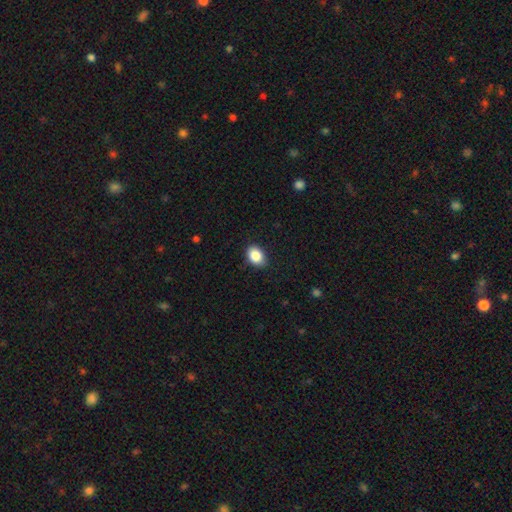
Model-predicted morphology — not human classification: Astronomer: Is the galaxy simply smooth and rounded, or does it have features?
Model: smooth — 87%.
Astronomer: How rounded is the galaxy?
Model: in between — 71%.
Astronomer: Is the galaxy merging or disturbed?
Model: none — 84%.